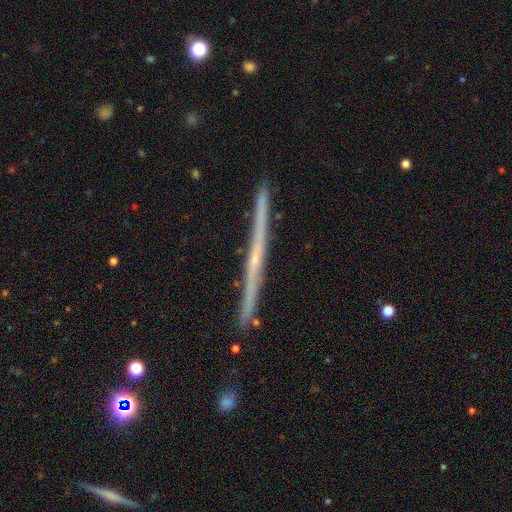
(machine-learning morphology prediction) Smooth or featured? Predicted: featured or disk (p=0.75). Edge-on disk? Predicted: yes (p=0.98). Edge-on bulge? Predicted: none (p=0.65). Merging? Predicted: none (p=0.90).